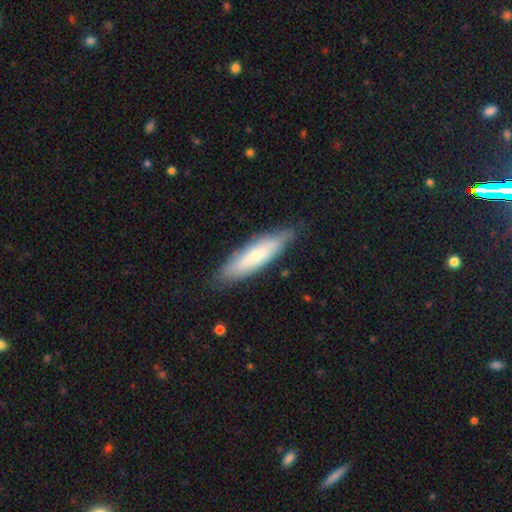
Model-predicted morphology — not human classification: This is likely a smooth galaxy (66%). How rounded: likely cigar-shaped (69%). Merging: clearly none (81%).